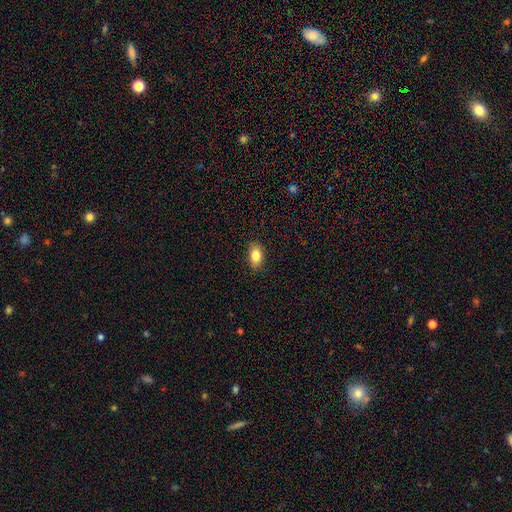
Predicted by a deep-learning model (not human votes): Smooth or featured: smooth — 85% (star or artifact — 8%)
How rounded: in between — 89% (round — 9%)
Merging: none — 88% (minor disturbance — 9%)